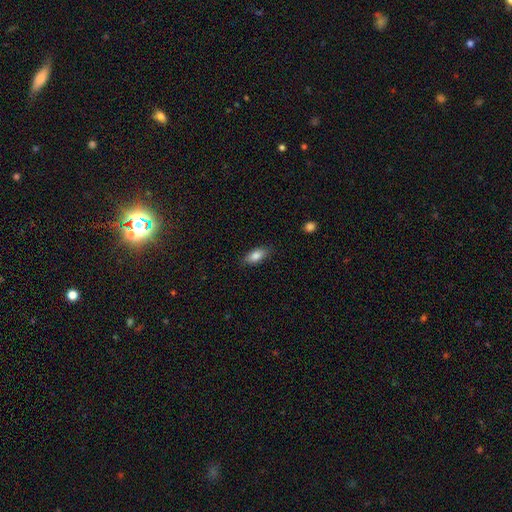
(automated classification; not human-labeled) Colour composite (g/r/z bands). It shows a smooth galaxy with no disk features (83%) that is in between round and cigar-shaped (86%). Merging: none (85%).